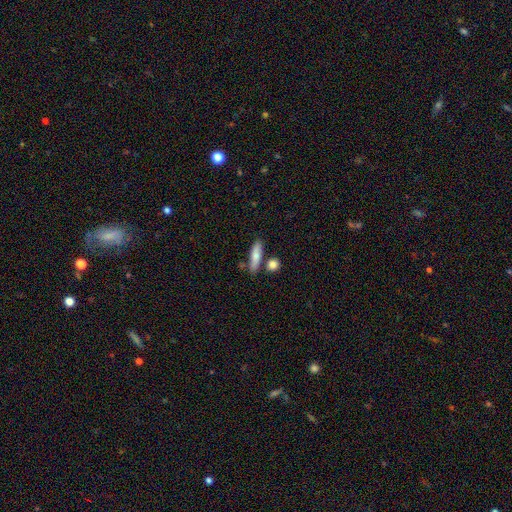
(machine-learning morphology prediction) smooth 75%, featured or disk 18%, star or artifact 6%. Down the decision tree: how rounded — cigar-shaped (63%); merging — none (73%).